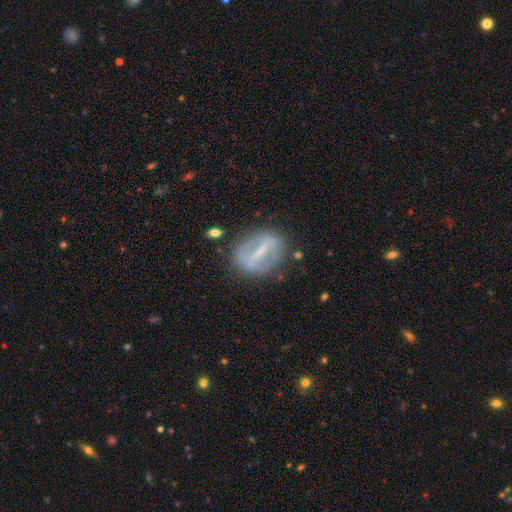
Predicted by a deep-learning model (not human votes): Smooth or featured: featured or disk — 72% (smooth — 19%)
Edge-on disk: no — 84% (yes — 16%)
Bar: strong — 78% (weak — 15%)
Spiral arms: no — 63% (yes — 37%)
Bulge size: small — 52% (none — 23%)
Merging: none — 77% (minor disturbance — 14%)